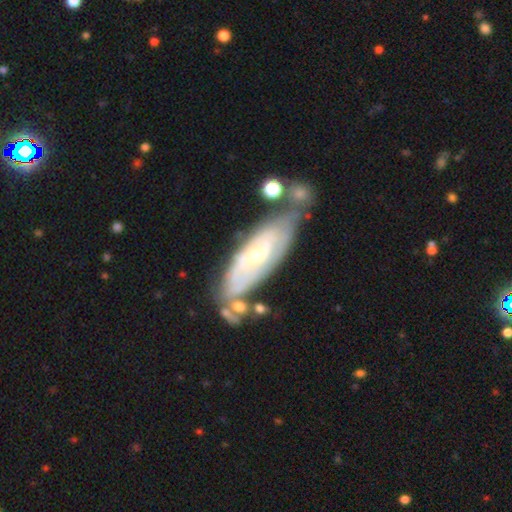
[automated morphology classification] smooth_or_featured: featured or disk (p=0.73) [alt: smooth p=0.21]
disk_edge_on: no (p=0.84) [alt: yes p=0.16]
bar: no (p=0.54) [alt: weak p=0.33]
has_spiral_arms: yes (p=0.76) [alt: no p=0.24]
bulge_size: small (p=0.60) [alt: moderate p=0.36]
merging: none (p=0.48) [alt: minor disturbance p=0.24]